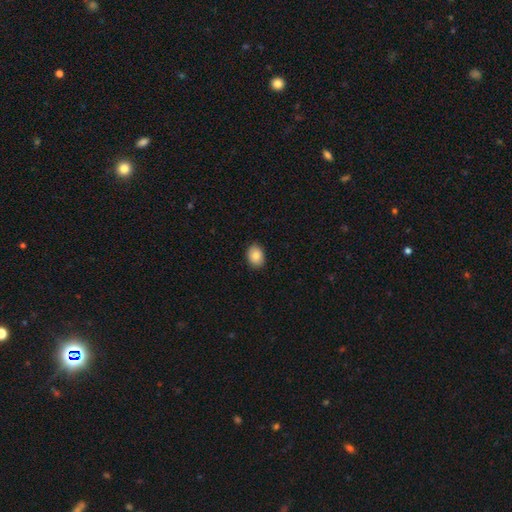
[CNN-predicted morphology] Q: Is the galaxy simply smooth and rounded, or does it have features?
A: smooth — 86%.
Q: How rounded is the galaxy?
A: in between — 69%.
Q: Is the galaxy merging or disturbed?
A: none — 89%.